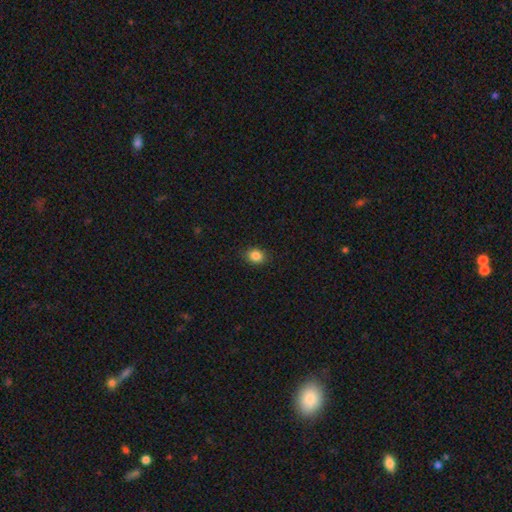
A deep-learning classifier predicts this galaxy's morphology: Smooth or featured: smooth — 86% (star or artifact — 10%)
How rounded: in between — 50% (round — 49%)
Merging: none — 87% (minor disturbance — 10%)